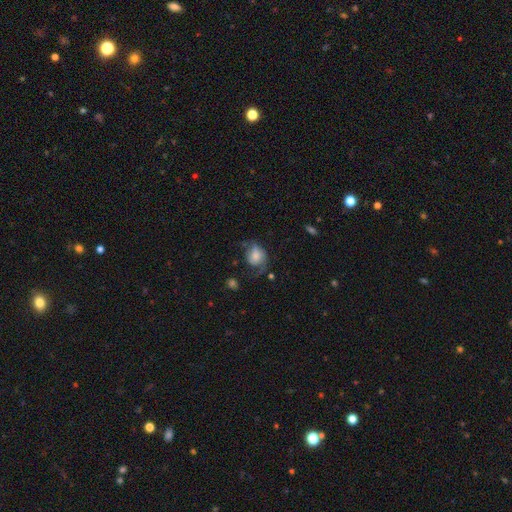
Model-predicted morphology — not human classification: smooth_or_featured: smooth (p=0.47) [alt: featured or disk p=0.44]
merging: none (p=0.38) [alt: major disturbance p=0.33]